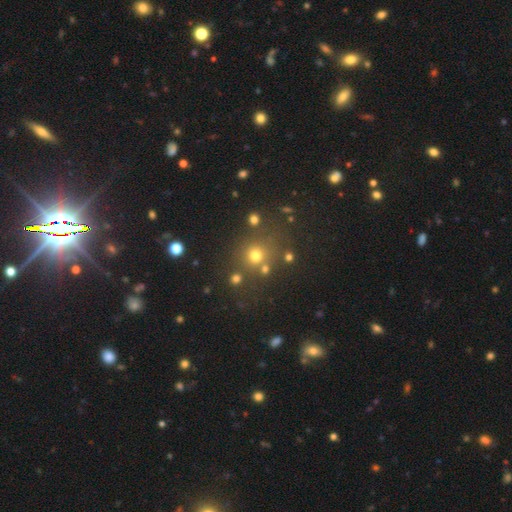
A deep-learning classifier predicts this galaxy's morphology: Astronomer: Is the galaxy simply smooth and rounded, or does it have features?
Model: smooth — 70%.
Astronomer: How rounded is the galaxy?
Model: round — 90%.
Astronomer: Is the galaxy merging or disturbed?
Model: none — 75%.